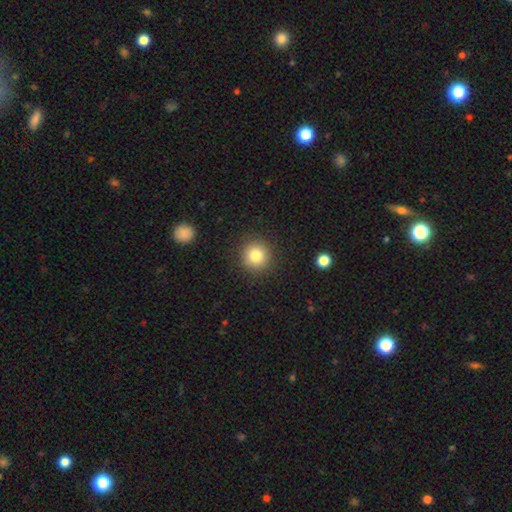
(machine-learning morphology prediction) smooth-or-featured: smooth: 81% | star or artifact: 11% | featured or disk: 8%
  how-rounded: round: 94% | in between: 6% | cigar-shaped: 1%
  merging: none: 90% | minor disturbance: 7% | major disturbance: 3% | merger: 1%